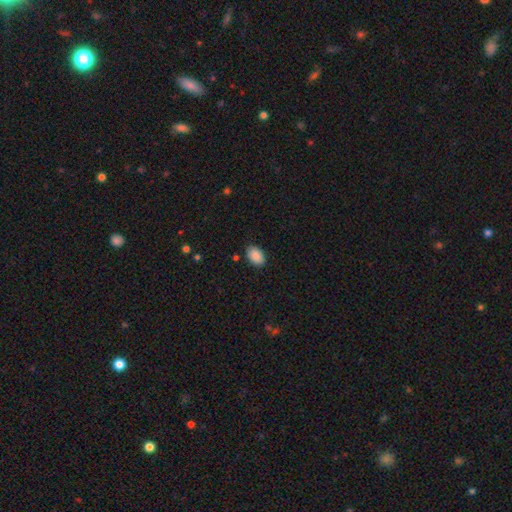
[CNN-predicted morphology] The model was most divided on "merging": none: 88%, minor disturbance: 9%, major disturbance: 2%, merger: 1%. More confident: smooth or featured — smooth (90%); how rounded — in between (89%).